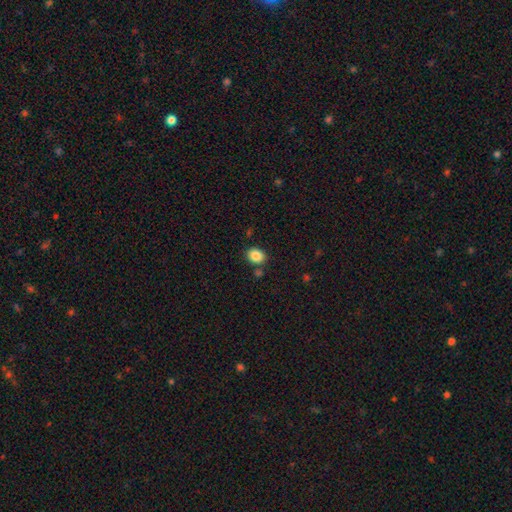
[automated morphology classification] Overall: smooth (87%). How rounded: round (50%; in between 49%). Merging: none (80%).